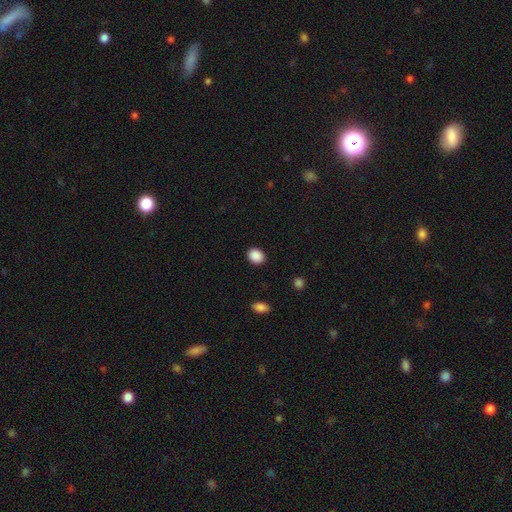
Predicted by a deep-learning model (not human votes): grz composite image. It shows a smooth galaxy with no disk features (89%) that is round (55%). Merging: none (90%).